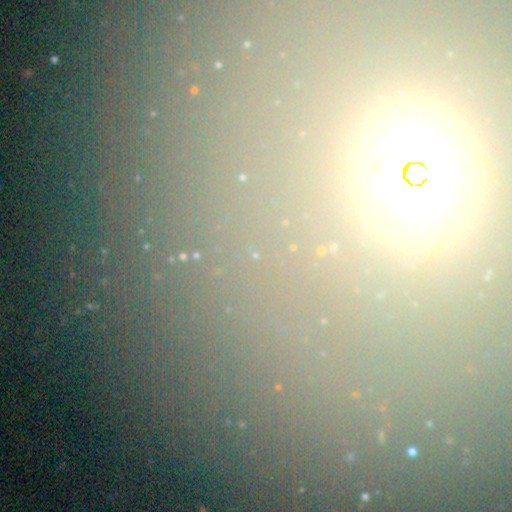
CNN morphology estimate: The model was most divided on "smooth or featured": star or artifact: 60%, smooth: 28%, featured or disk: 11%.